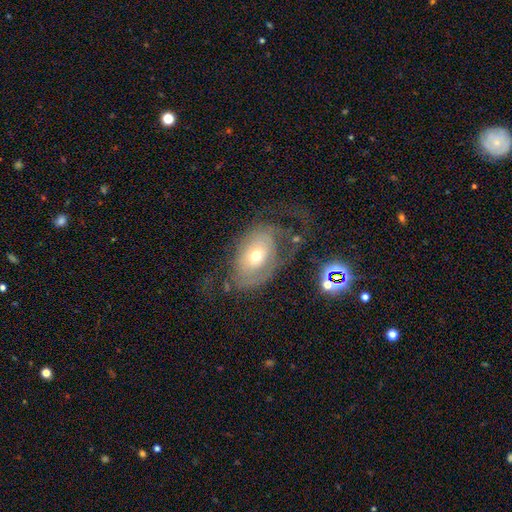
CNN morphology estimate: The model was most divided on "merging": none: 40%, major disturbance: 37%, minor disturbance: 20%, merger: 3%. More confident: edge-on disk — no (93%); bar — no (81%); bulge size — moderate (62%); spiral arms — yes (60%); smooth or featured — featured or disk (60%).